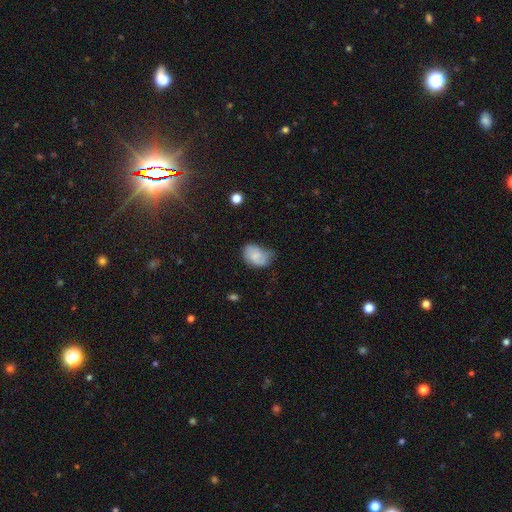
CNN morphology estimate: Smooth or featured?
  - smooth: 68% *
  - featured or disk: 24%
  - star or artifact: 8%
How rounded?
  - in between: 77% *
  - round: 22%
  - cigar-shaped: 1%
Merging?
  - minor disturbance: 44% *
  - none: 35%
  - major disturbance: 17%
  - merger: 3%